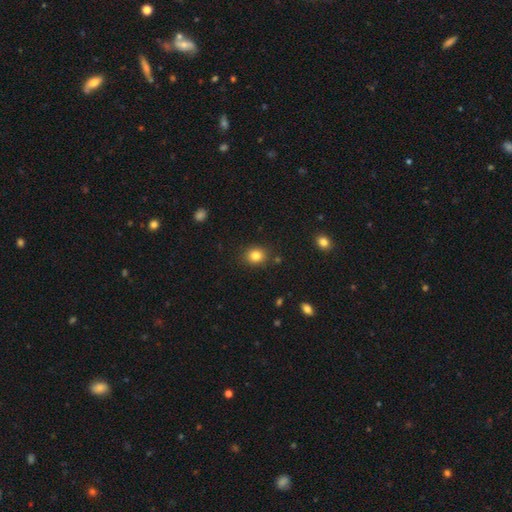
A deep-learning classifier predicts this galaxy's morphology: Smooth or featured? smooth (83%)
How rounded? round (71%)
Merging? none (87%)